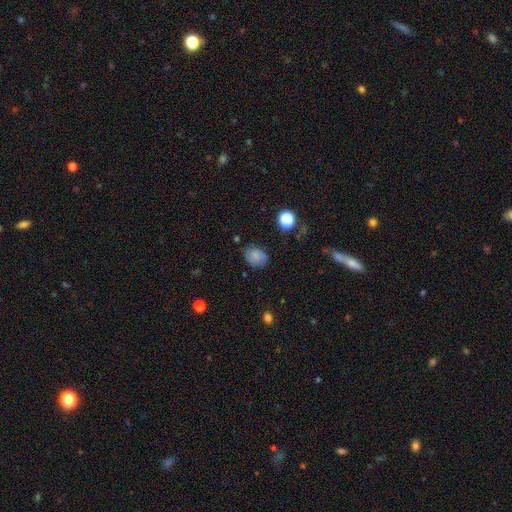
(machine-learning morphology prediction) Overall: smooth (73%). How rounded: in between (51%; round 48%). Merging: none (69%).